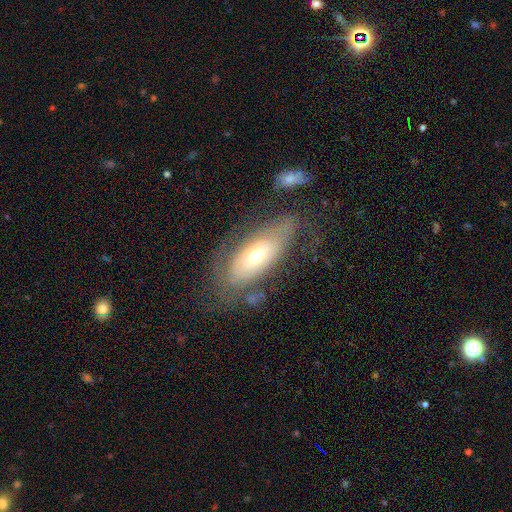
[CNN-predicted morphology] Q: Smooth or featured?
A: featured or disk (53%); runner-up: smooth (39%)
Q: Edge-on disk?
A: no (83%); runner-up: yes (17%)
Q: Merging?
A: none (55%); runner-up: minor disturbance (23%)